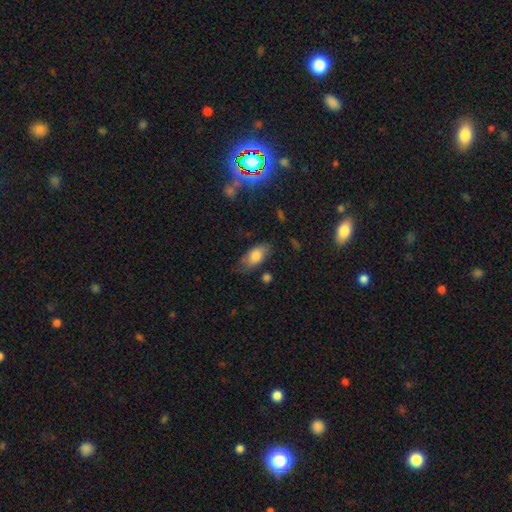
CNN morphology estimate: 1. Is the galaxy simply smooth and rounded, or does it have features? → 79% smooth, 14% featured or disk, 7% star or artifact.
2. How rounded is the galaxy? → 90% in between, 7% cigar-shaped, 3% round.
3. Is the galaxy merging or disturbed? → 70% none, 23% minor disturbance, 5% major disturbance, 3% merger.